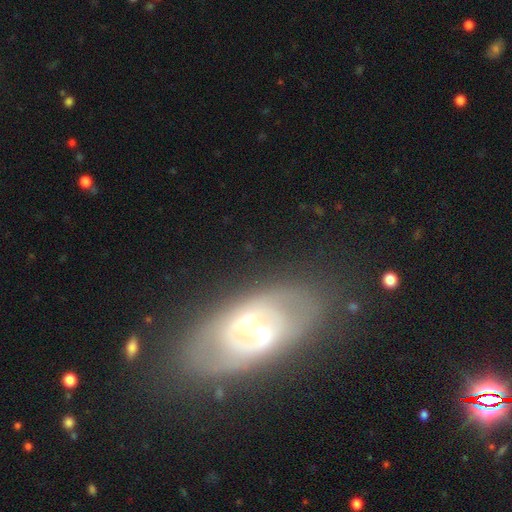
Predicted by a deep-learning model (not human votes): A featured or disk galaxy (76%) with a strong bar (49%), spiral arms (64%) and a moderate central bulge (42%).

Vote fractions:
- Smooth or featured? featured or disk: 76% / smooth: 15% / star or artifact: 8%
- Edge-on disk? no: 83% / yes: 17%
- Bar? strong: 49% / weak: 33% / no: 17%
- Spiral arms? yes: 64% / no: 36%
- Bulge size? moderate: 42% / small: 34% / large: 15% / none: 7% / dominant: 3%
- Merging? none: 78% / minor disturbance: 14% / major disturbance: 6% / merger: 2%